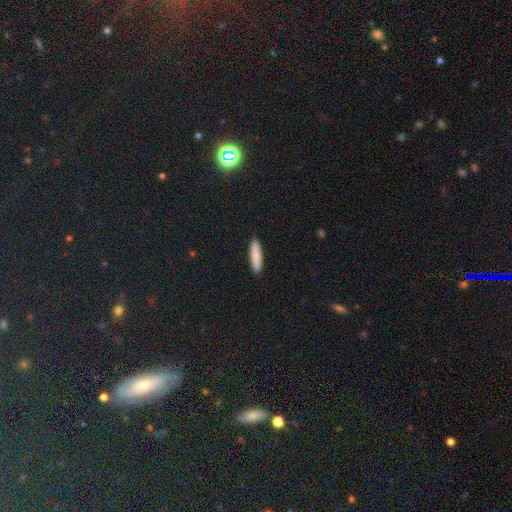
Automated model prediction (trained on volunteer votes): This is clearly a smooth galaxy (82%). How rounded: clearly cigar-shaped (86%). Merging: clearly none (92%).